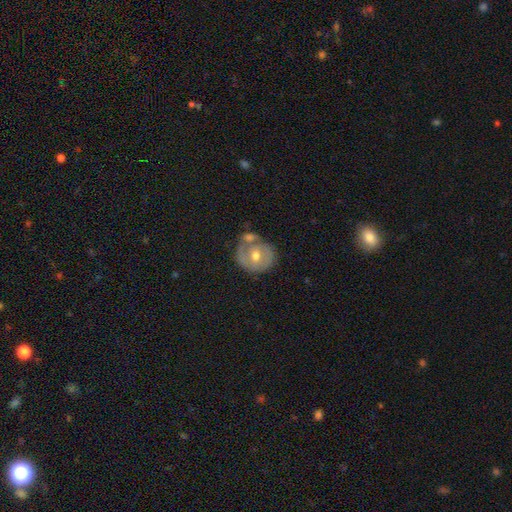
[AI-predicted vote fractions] Overall: featured or disk (52%; smooth 41%). Edge-on disk: no (96%). Merging: none (48%; merger 27%).